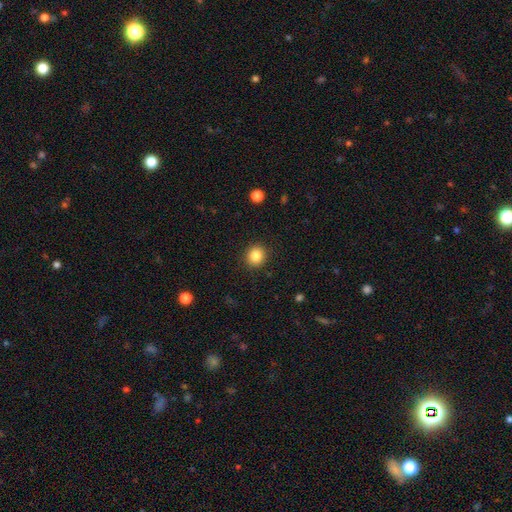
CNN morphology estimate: Overall: smooth (84%). How rounded: round (87%). Merging: none (90%).